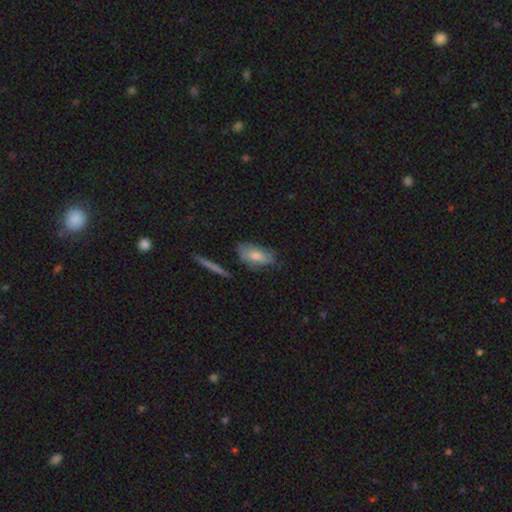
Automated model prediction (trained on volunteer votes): The model was most divided on "merging": none: 64%, minor disturbance: 25%, major disturbance: 6%, merger: 5%. More confident: how rounded — in between (82%); smooth or featured — smooth (69%).